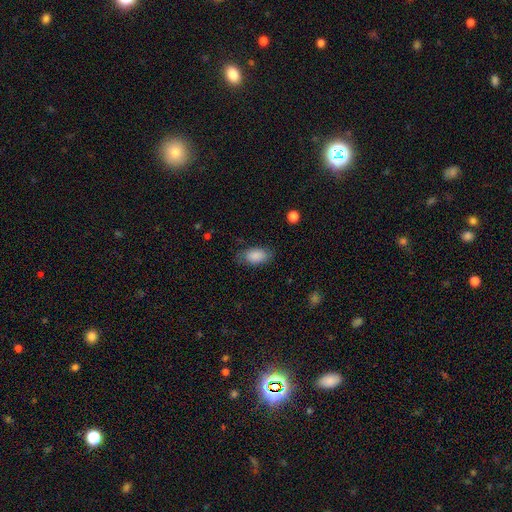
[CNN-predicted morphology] Q: Smooth or featured?
A: smooth (87%); runner-up: star or artifact (7%)
Q: How rounded?
A: in between (93%); runner-up: round (5%)
Q: Merging?
A: none (75%); runner-up: minor disturbance (18%)